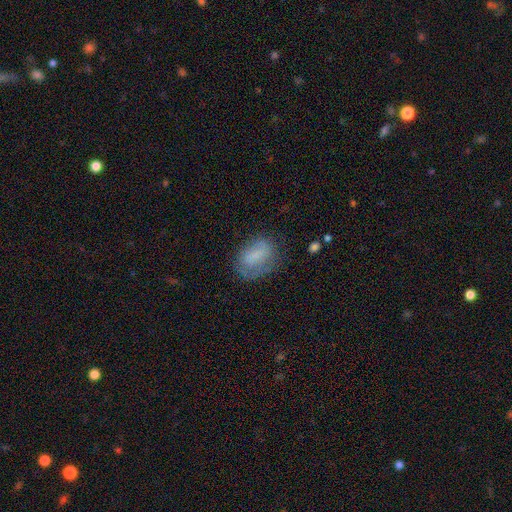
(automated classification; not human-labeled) smooth_or_featured: smooth (p=0.62) [alt: featured or disk p=0.29]
how_rounded: in between (p=0.79) [alt: round p=0.19]
merging: none (p=0.55) [alt: minor disturbance p=0.27]